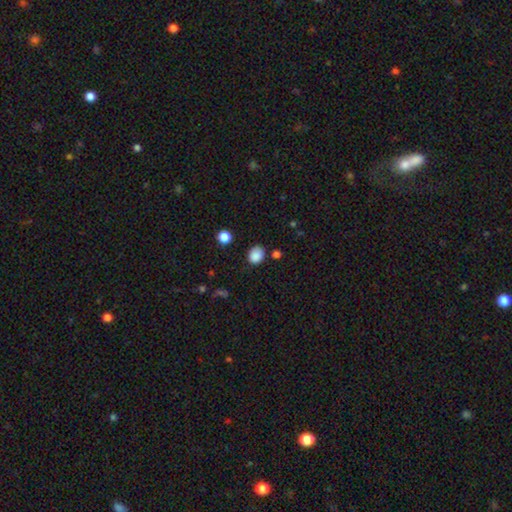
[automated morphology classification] The model was most divided on "how rounded": round: 56%, in between: 43%, cigar-shaped: 1%. More confident: smooth or featured — smooth (86%); merging — none (75%).